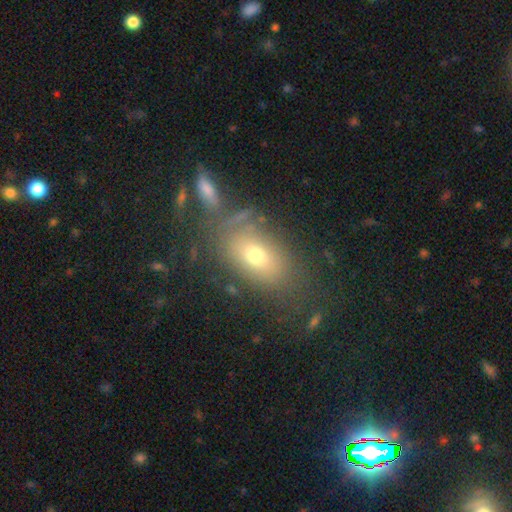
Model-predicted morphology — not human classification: Overall: smooth (62%; featured or disk 24%). How rounded: in between (82%). Merging: none (66%).